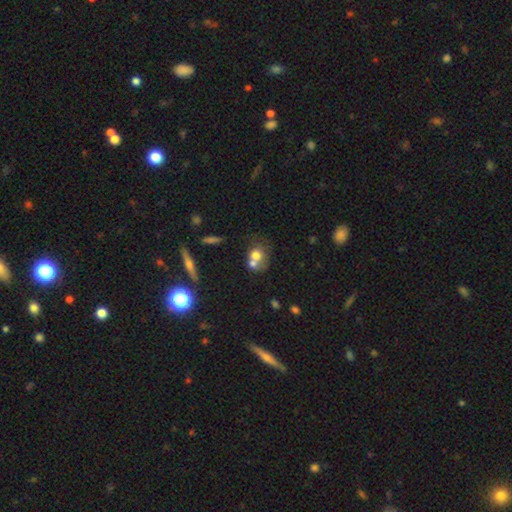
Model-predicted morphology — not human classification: Smooth or featured: smooth — 66% (featured or disk — 22%)
How rounded: round — 63% (in between — 36%)
Merging: merger — 57% (none — 29%)